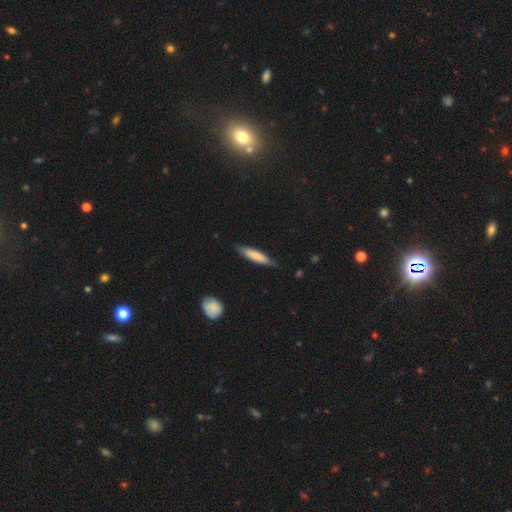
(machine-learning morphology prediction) Smooth or featured? smooth (73%)
How rounded? cigar-shaped (82%)
Merging? none (79%)